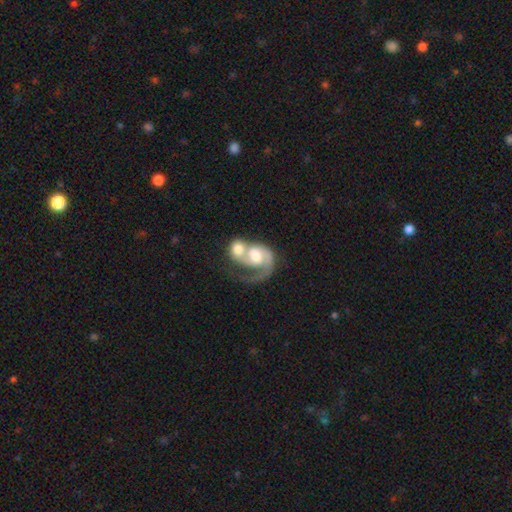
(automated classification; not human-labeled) Morphology: type=featured or disk (73%); edge-on=no (98%); bar=no (61%); spiral arms=yes (88%); winding=medium (40%); arm count=1 (59%); bulge=moderate (58%); merging=merger (78%).